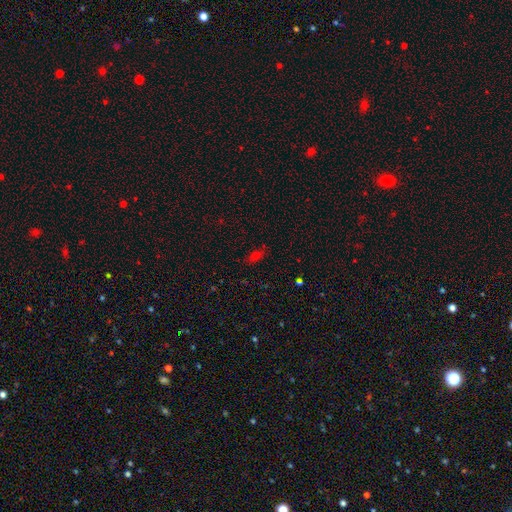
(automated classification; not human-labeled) This appears to be a smooth galaxy with no disk features (57%) that is in between round and cigar-shaped (74%). Merging: none (79%).